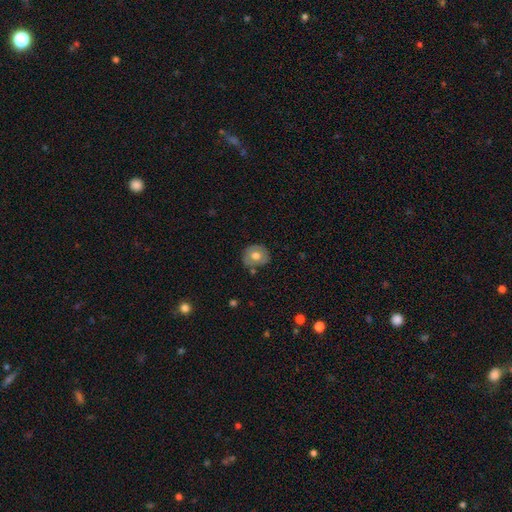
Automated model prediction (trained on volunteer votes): Smooth or featured?
  - smooth: 61% *
  - featured or disk: 31%
  - star or artifact: 8%
How rounded?
  - round: 73% *
  - in between: 26%
  - cigar-shaped: 1%
Merging?
  - none: 77% *
  - minor disturbance: 16%
  - merger: 4%
  - major disturbance: 4%